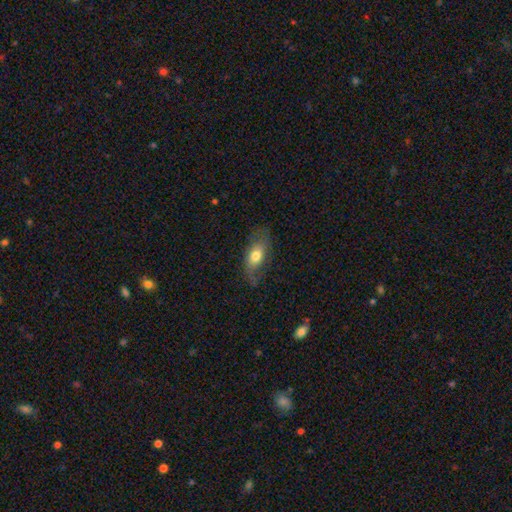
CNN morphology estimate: This is likely a smooth galaxy (60%). How rounded: clearly in between (83%). Merging: likely none (65%).